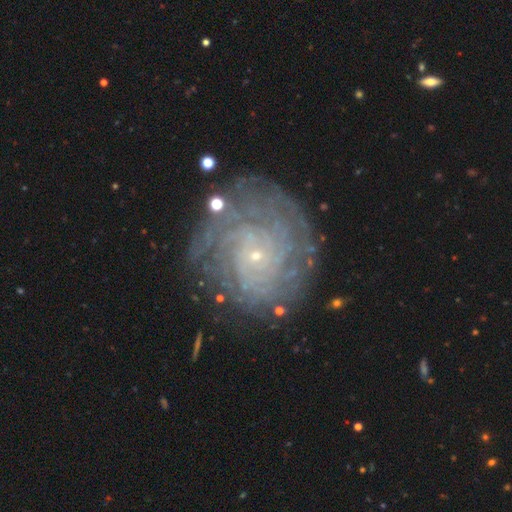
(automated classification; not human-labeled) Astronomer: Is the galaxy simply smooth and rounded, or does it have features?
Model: featured or disk — 83%.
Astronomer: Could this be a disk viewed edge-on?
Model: no — 97%.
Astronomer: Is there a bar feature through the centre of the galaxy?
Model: no — 79%.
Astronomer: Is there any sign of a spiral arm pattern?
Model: yes — 94%.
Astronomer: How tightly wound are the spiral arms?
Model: tight — 79%.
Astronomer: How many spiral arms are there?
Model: can't tell — 34% (runner-up: more than 4, 20%).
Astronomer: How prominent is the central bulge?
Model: small — 89%.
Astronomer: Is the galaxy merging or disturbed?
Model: none — 76%.